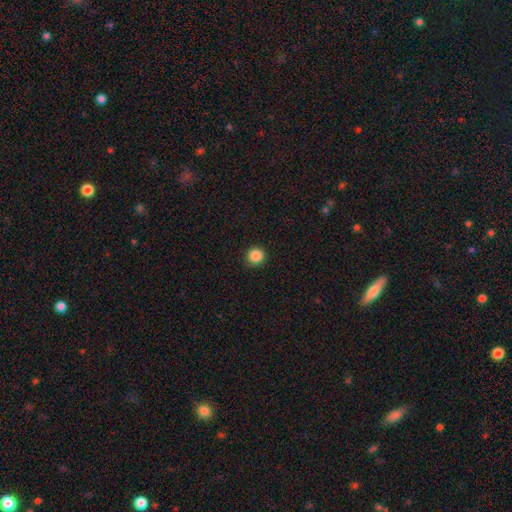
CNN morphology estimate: A smooth galaxy with no disk features (87%) that is round (94%). Merging: none (88%).